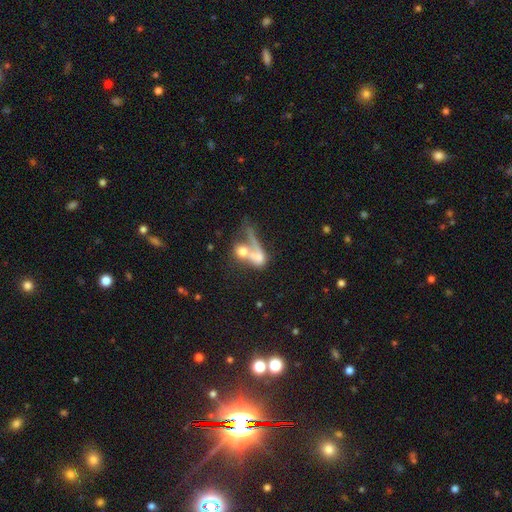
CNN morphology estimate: Q: Smooth or featured?
A: smooth (50%); runner-up: featured or disk (40%)
Q: Merging?
A: merger (59%); runner-up: major disturbance (20%)